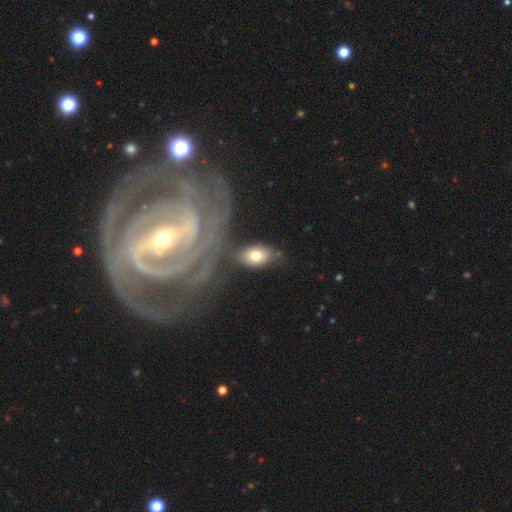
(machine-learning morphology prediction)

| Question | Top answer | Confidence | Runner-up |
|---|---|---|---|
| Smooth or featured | smooth | 70% | featured or disk (23%) |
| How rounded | in between | 87% | round (10%) |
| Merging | none | 65% | minor disturbance (16%) |